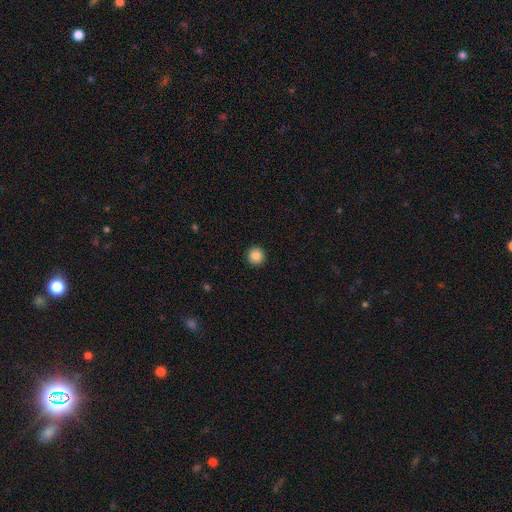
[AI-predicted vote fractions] Smooth or featured? Predicted: smooth (p=0.86). How rounded? Predicted: round (p=0.95). Merging? Predicted: none (p=0.93).